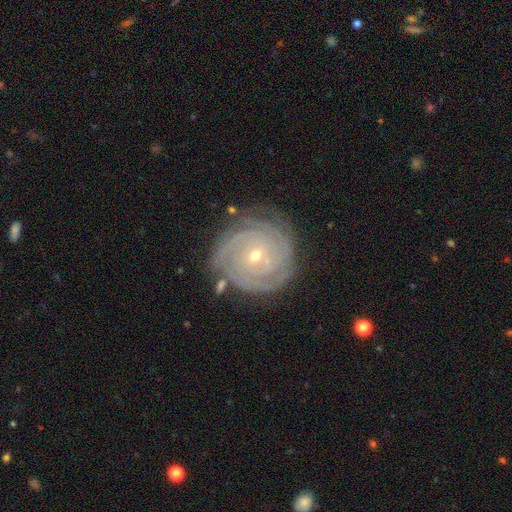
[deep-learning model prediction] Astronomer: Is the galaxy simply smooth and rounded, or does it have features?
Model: featured or disk — 87%.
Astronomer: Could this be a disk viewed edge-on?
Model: no — 97%.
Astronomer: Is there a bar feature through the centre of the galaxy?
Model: no — 68%.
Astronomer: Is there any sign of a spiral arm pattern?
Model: yes — 97%.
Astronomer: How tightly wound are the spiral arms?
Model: tight — 88%.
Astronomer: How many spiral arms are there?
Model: can't tell — 26% (runner-up: 3, 24%).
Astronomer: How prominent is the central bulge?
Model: small — 63%.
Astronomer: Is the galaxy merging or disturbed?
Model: none — 77%.